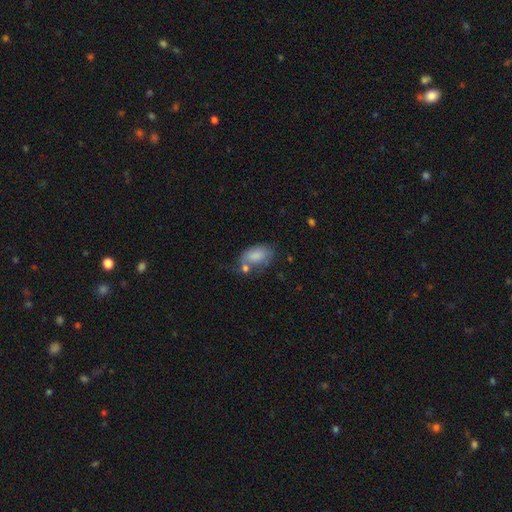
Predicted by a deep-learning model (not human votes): A smooth galaxy with no disk features (77%) that is in between round and cigar-shaped (91%).

Vote fractions:
- Smooth or featured? smooth: 77% / featured or disk: 15% / star or artifact: 8%
- How rounded? in between: 91% / round: 7% / cigar-shaped: 2%
- Merging? none: 38% / minor disturbance: 26% / merger: 19% / major disturbance: 16%